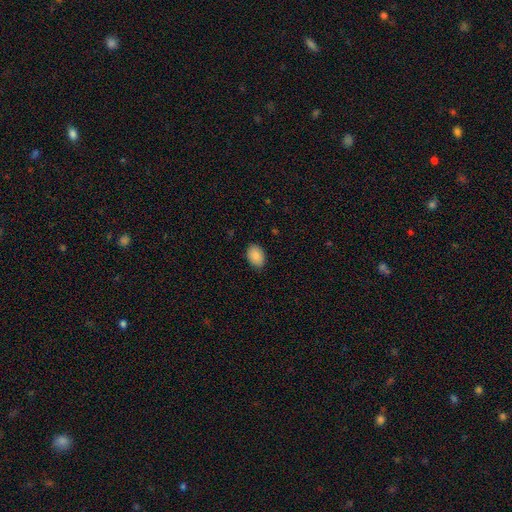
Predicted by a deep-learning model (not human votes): A smooth galaxy with no disk features (89%) that is in between round and cigar-shaped (82%). Merging: none (87%).